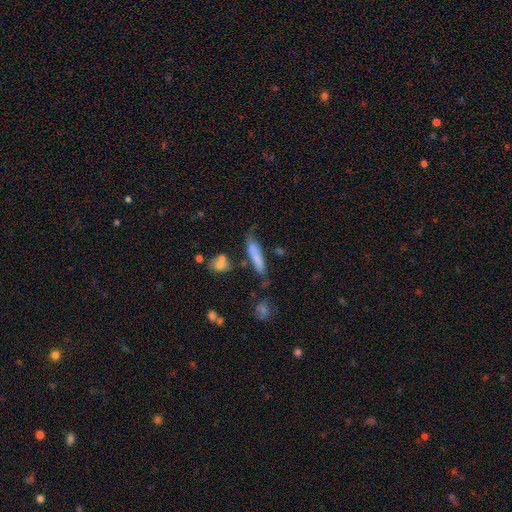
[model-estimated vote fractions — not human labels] smooth-or-featured: smooth: 74% | featured or disk: 18% | star or artifact: 8%
  how-rounded: cigar-shaped: 83% | in between: 15% | round: 2%
  merging: none: 65% | minor disturbance: 21% | merger: 7% | major disturbance: 6%